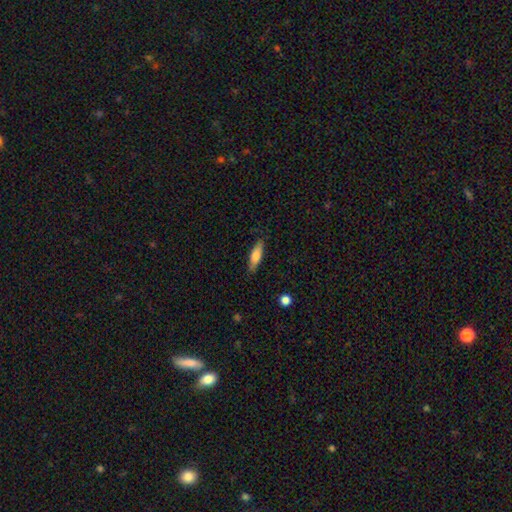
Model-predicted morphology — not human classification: A smooth galaxy with no disk features (69%) that is cigar-shaped (57%).

Vote fractions:
- Smooth or featured? smooth: 69% / featured or disk: 25% / star or artifact: 6%
- How rounded? cigar-shaped: 57% / in between: 41% / round: 2%
- Merging? none: 85% / minor disturbance: 11% / major disturbance: 2% / merger: 1%